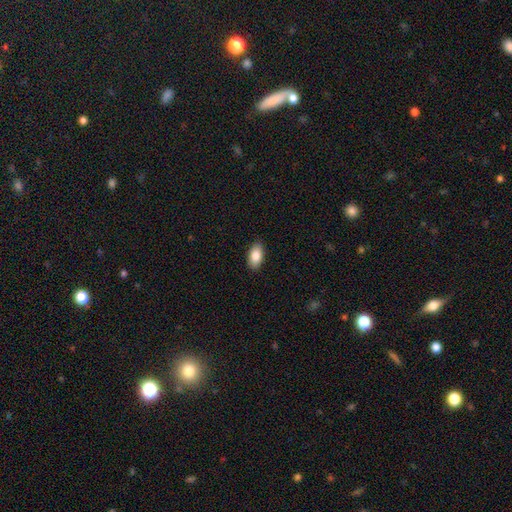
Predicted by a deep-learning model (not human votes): smooth_or_featured: smooth (p=0.86) [alt: featured or disk p=0.08]
how_rounded: in between (p=0.93) [alt: round p=0.03]
merging: none (p=0.88) [alt: minor disturbance p=0.09]